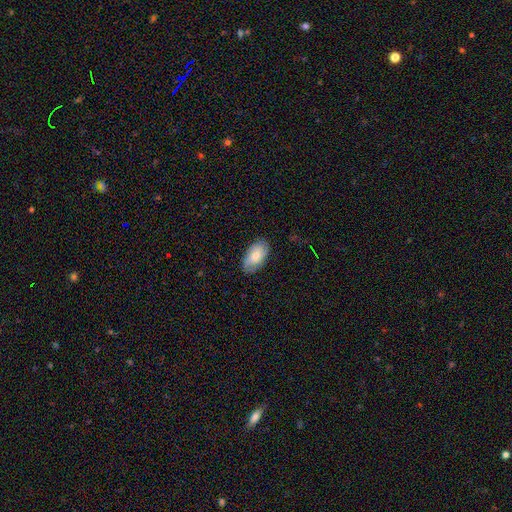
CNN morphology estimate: Smooth or featured: smooth — 72% (featured or disk — 21%)
How rounded: in between — 94% (round — 3%)
Merging: none — 80% (minor disturbance — 15%)